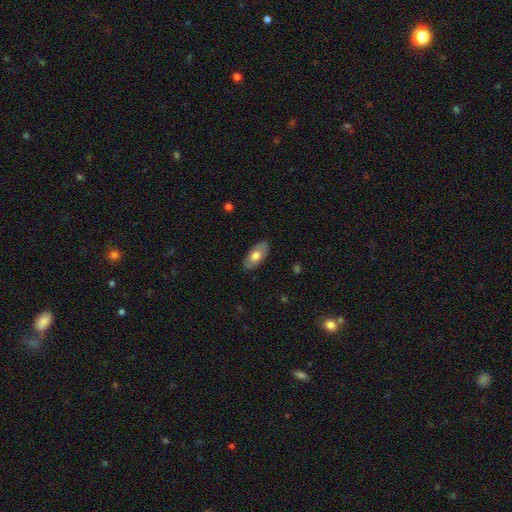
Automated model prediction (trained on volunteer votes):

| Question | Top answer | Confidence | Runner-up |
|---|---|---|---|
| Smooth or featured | smooth | 62% | featured or disk (32%) |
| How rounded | in between | 93% | round (3%) |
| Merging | none | 85% | minor disturbance (12%) |